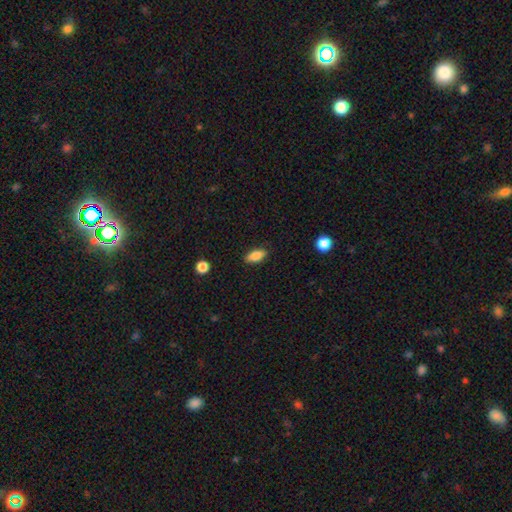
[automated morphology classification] This is clearly a smooth galaxy (83%). How rounded: clearly in between (86%). Merging: clearly none (85%).